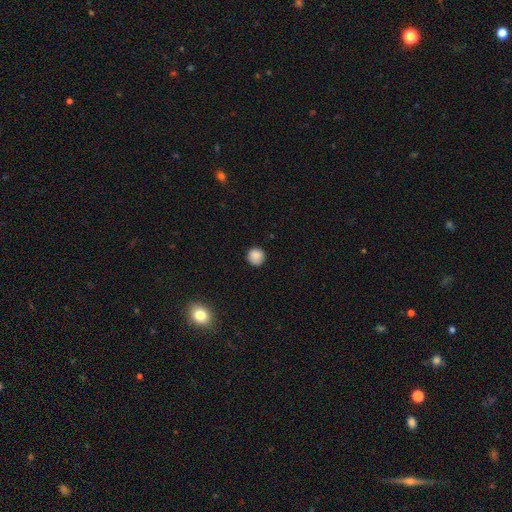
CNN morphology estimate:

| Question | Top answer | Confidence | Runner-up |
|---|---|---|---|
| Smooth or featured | smooth | 86% | star or artifact (9%) |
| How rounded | round | 94% | in between (5%) |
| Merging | none | 87% | minor disturbance (10%) |